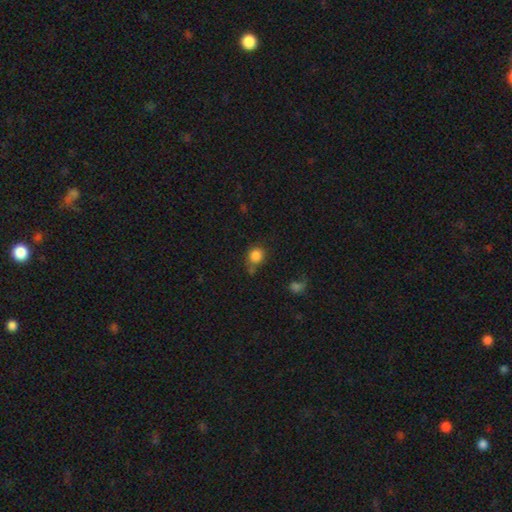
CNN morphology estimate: Smooth or featured? smooth (84%)
How rounded? round (79%)
Merging? none (59%)